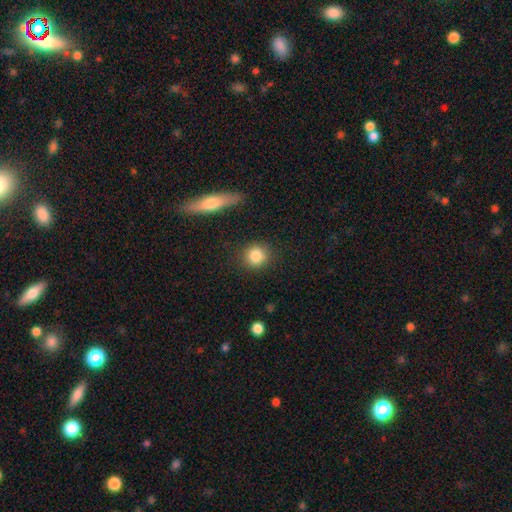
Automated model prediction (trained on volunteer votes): This is clearly a smooth galaxy (84%). How rounded: clearly round (86%). Merging: clearly none (86%).